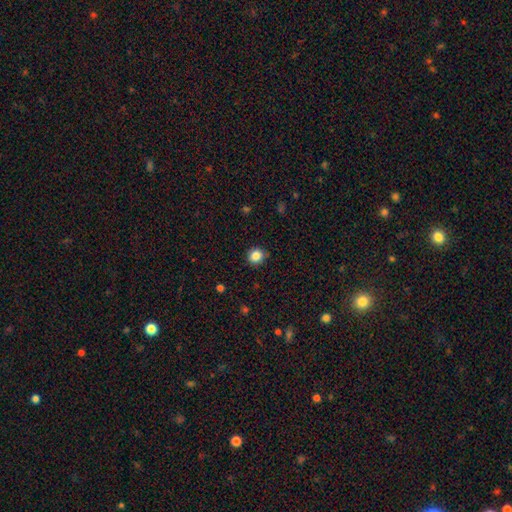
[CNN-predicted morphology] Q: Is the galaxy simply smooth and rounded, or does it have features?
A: smooth — 85%.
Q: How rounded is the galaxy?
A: round — 88%.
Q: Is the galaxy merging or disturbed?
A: none — 87%.